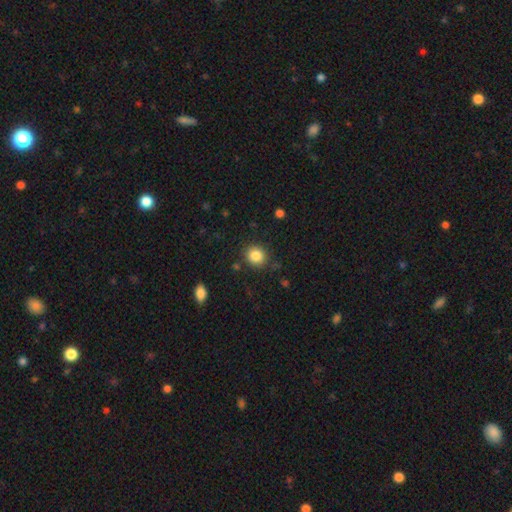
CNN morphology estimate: Smooth or featured? Predicted: smooth (p=0.85). How rounded? Predicted: round (p=0.84). Merging? Predicted: none (p=0.85).